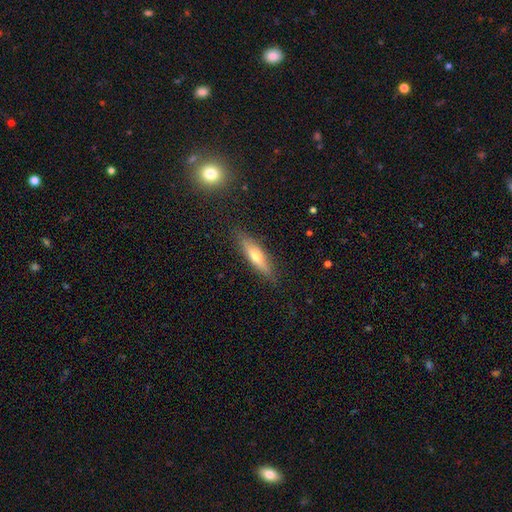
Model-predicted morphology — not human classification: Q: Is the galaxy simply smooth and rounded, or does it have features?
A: smooth — 54%.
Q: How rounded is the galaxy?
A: cigar-shaped — 73%.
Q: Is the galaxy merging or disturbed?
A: none — 85%.